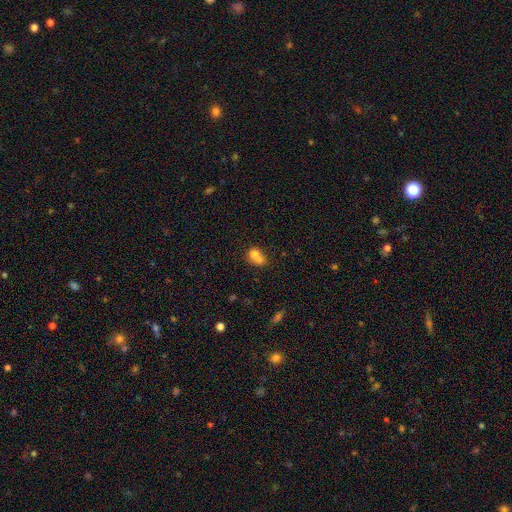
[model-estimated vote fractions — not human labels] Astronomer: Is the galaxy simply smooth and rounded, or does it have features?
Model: smooth — 70%.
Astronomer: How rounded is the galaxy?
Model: round — 59% (runner-up: in between, 39%).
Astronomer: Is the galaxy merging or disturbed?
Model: merger — 67%.